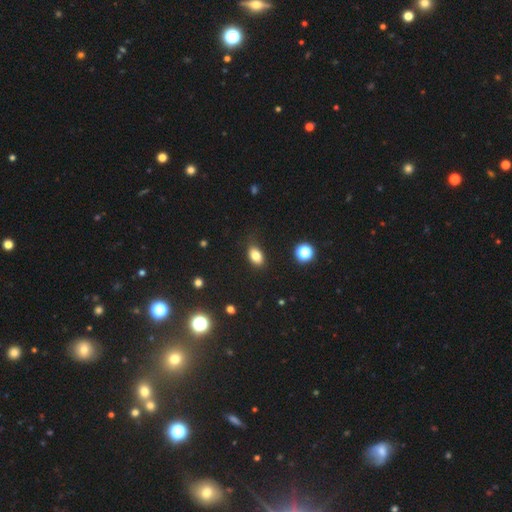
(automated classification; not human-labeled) A smooth galaxy with no disk features (81%) that is in between round and cigar-shaped (84%). Merging: none (80%).